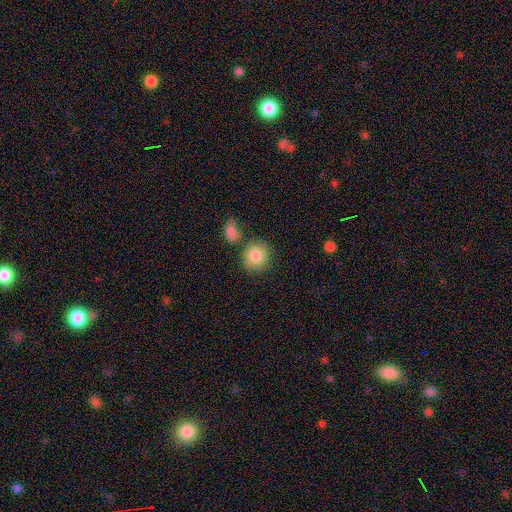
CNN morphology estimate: A smooth galaxy with no disk features (86%) that is round (78%). Merging: none (72%).